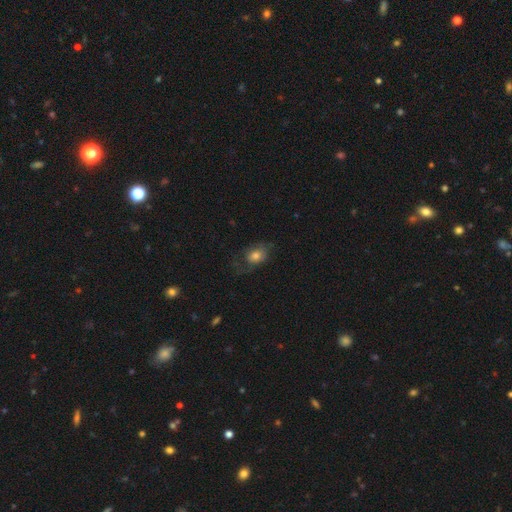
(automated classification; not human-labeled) Smooth or featured?
  - smooth: 67% *
  - featured or disk: 23%
  - star or artifact: 9%
How rounded?
  - in between: 65% *
  - round: 33%
  - cigar-shaped: 2%
Merging?
  - none: 47% *
  - major disturbance: 26%
  - minor disturbance: 25%
  - merger: 2%